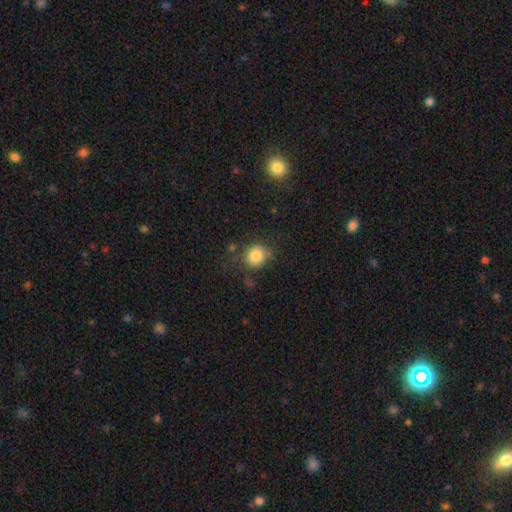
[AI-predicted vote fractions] smooth-or-featured: smooth: 83% | star or artifact: 10% | featured or disk: 7%
  how-rounded: round: 82% | in between: 17% | cigar-shaped: 1%
  merging: none: 71% | minor disturbance: 18% | major disturbance: 7% | merger: 4%